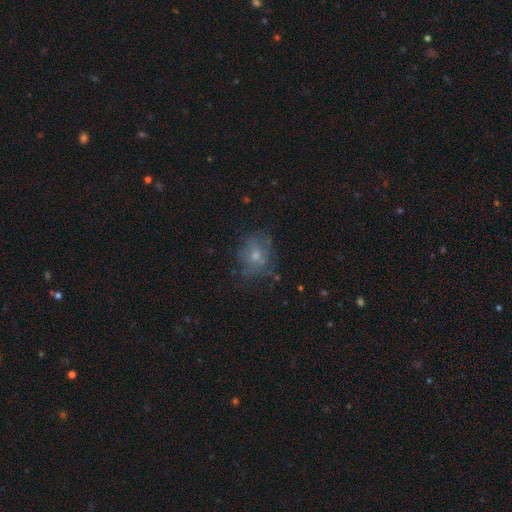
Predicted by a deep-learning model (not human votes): Morphology: type=smooth (56%); roundness=round (59%); merging=none (62%).